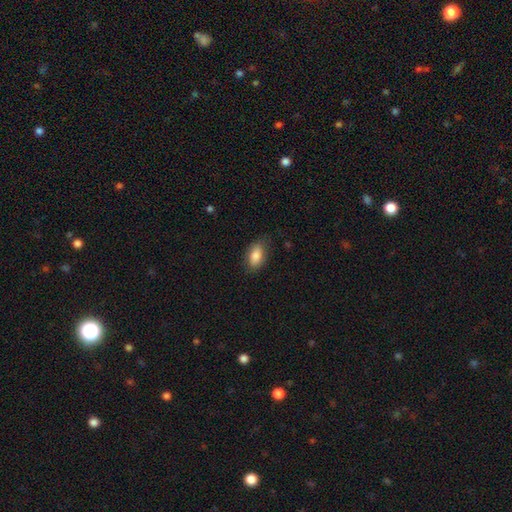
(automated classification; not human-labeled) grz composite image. It shows a smooth galaxy with no disk features (84%) that is in between round and cigar-shaped (90%). Merging: none (76%).